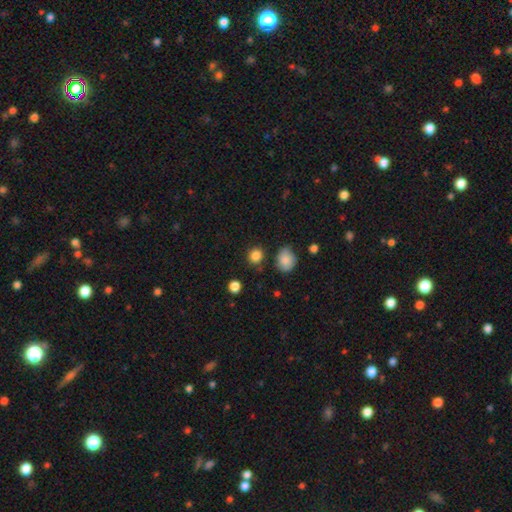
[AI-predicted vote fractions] Smooth or featured?
  - smooth: 85% *
  - star or artifact: 11%
  - featured or disk: 4%
How rounded?
  - round: 83% *
  - in between: 16%
  - cigar-shaped: 1%
Merging?
  - none: 82% *
  - minor disturbance: 10%
  - merger: 5%
  - major disturbance: 3%